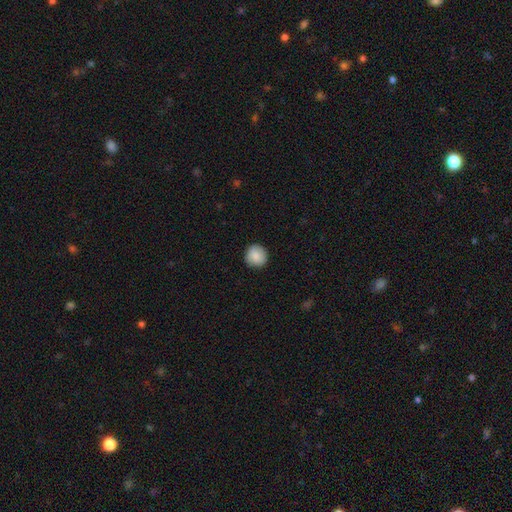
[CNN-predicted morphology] The model was most divided on "smooth or featured": smooth: 85%, featured or disk: 8%, star or artifact: 7%. More confident: how rounded — round (92%); merging — none (90%).